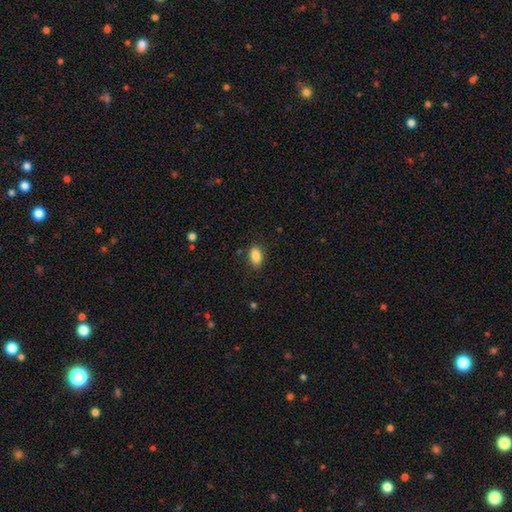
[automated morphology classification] This is clearly a smooth galaxy (88%). How rounded: clearly in between (90%). Merging: clearly none (85%).